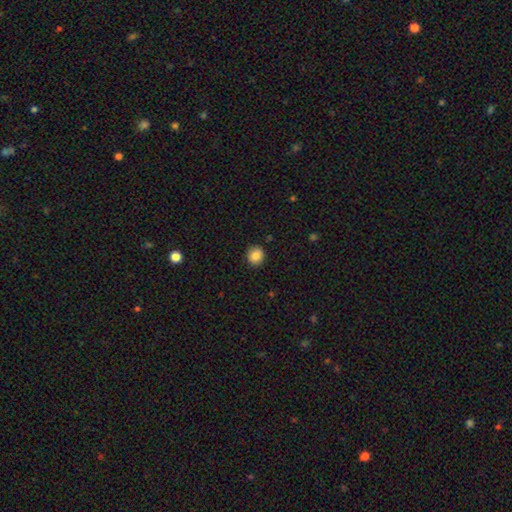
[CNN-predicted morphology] Overall: smooth (85%). How rounded: round (91%). Merging: none (91%).